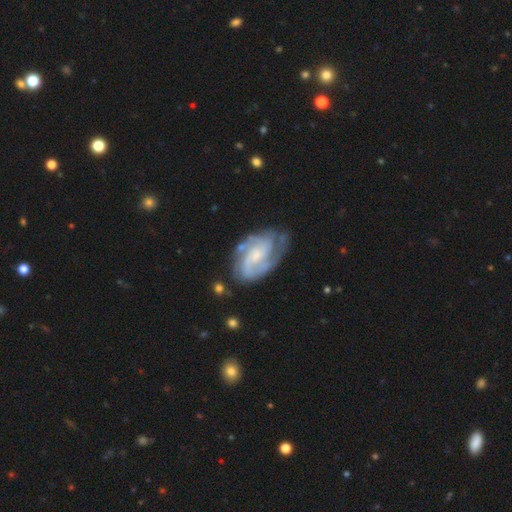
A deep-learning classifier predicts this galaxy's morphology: Smooth or featured?
  - featured or disk: 88% *
  - smooth: 7%
  - star or artifact: 5%
Edge-on disk?
  - no: 97% *
  - yes: 3%
Bar?
  - no: 52% *
  - weak: 39%
  - strong: 10%
Spiral arms?
  - yes: 97% *
  - no: 3%
Spiral winding?
  - tight: 49% *
  - medium: 42%
  - loose: 9%
Spiral arm count?
  - 2: 55% *
  - 3: 21%
  - can't tell: 13%
  - 4: 4%
  - 1: 4%
  - more than 4: 3%
Bulge size?
  - small: 62% *
  - moderate: 27%
  - none: 7%
  - large: 2%
  - dominant: 1%
Merging?
  - none: 68% *
  - minor disturbance: 21%
  - major disturbance: 9%
  - merger: 3%